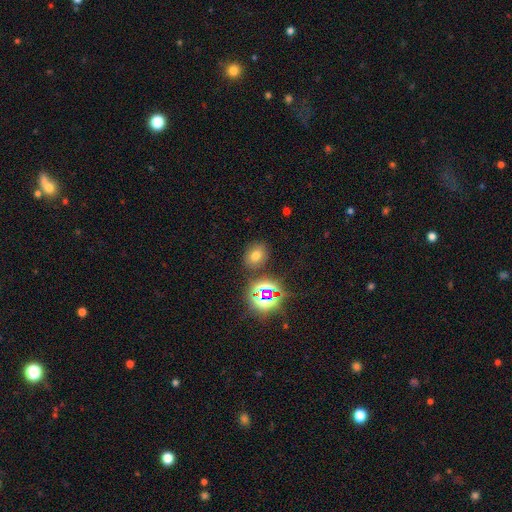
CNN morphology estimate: A smooth galaxy with no disk features (63%) that is in between round and cigar-shaped (53%).

Vote fractions:
- Smooth or featured? smooth: 63% / star or artifact: 26% / featured or disk: 11%
- How rounded? in between: 53% / round: 46% / cigar-shaped: 1%
- Merging? none: 82% / minor disturbance: 10% / merger: 5% / major disturbance: 4%